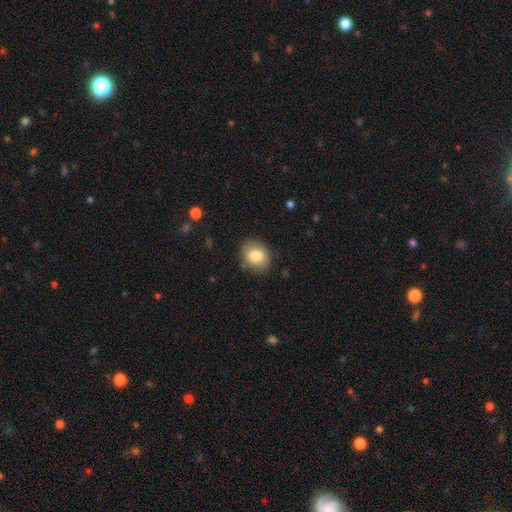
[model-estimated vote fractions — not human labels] Smooth or featured: smooth — 82% (featured or disk — 10%)
How rounded: round — 53% (in between — 46%)
Merging: none — 84% (minor disturbance — 12%)